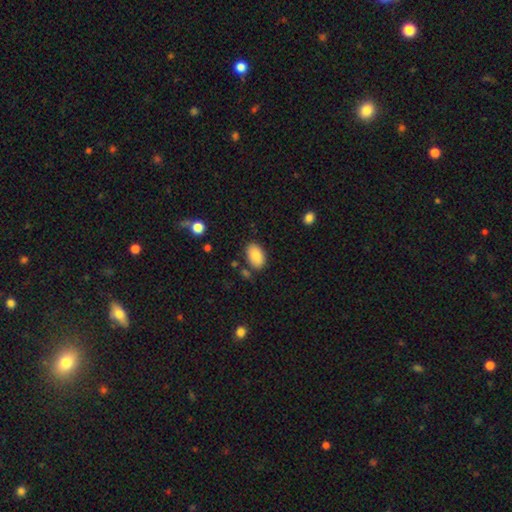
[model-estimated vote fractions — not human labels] Smooth or featured?
  - smooth: 84% *
  - featured or disk: 9%
  - star or artifact: 7%
How rounded?
  - in between: 91% *
  - round: 8%
  - cigar-shaped: 1%
Merging?
  - none: 82% *
  - minor disturbance: 11%
  - merger: 3%
  - major disturbance: 3%